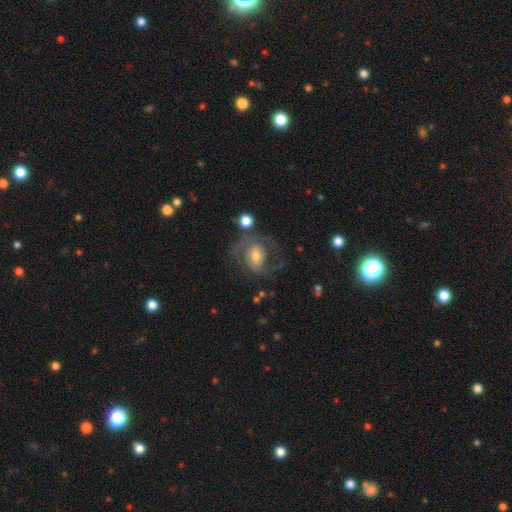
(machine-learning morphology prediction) smooth_or_featured: featured or disk (p=0.67) [alt: smooth p=0.25]
disk_edge_on: no (p=0.97) [alt: yes p=0.03]
bar: no (p=0.50) [alt: weak p=0.39]
has_spiral_arms: yes (p=0.80) [alt: no p=0.20]
spiral_winding: medium (p=0.48) [alt: tight p=0.30]
spiral_arm_count: 2 (p=0.67) [alt: can't tell p=0.17]
bulge_size: moderate (p=0.62) [alt: small p=0.25]
merging: none (p=0.51) [alt: major disturbance p=0.25]